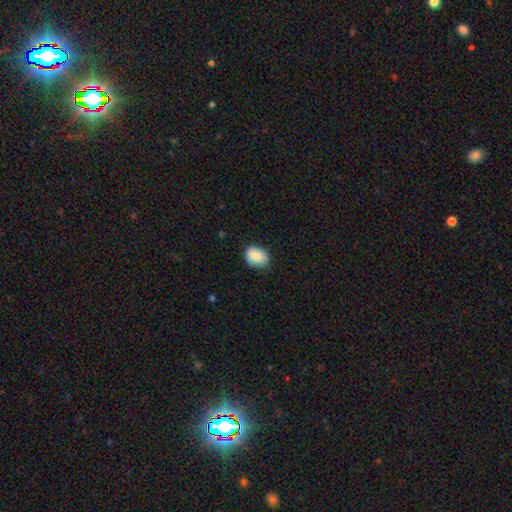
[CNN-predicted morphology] This appears to be a smooth galaxy with no disk features (86%) that is in between round and cigar-shaped (74%). Merging: none (75%).